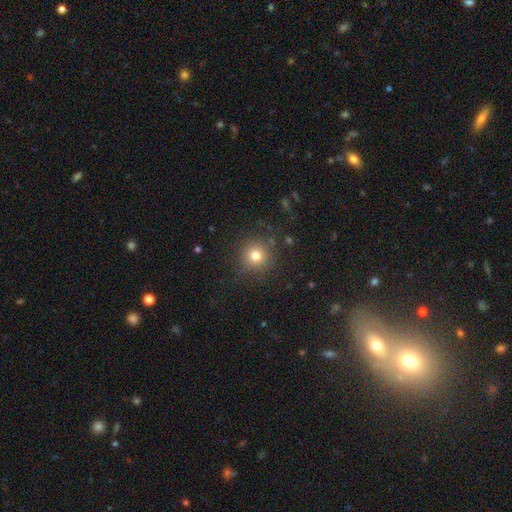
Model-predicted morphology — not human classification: The model was most divided on "smooth or featured": smooth: 77%, star or artifact: 15%, featured or disk: 8%. More confident: how rounded — round (94%); merging — none (86%).